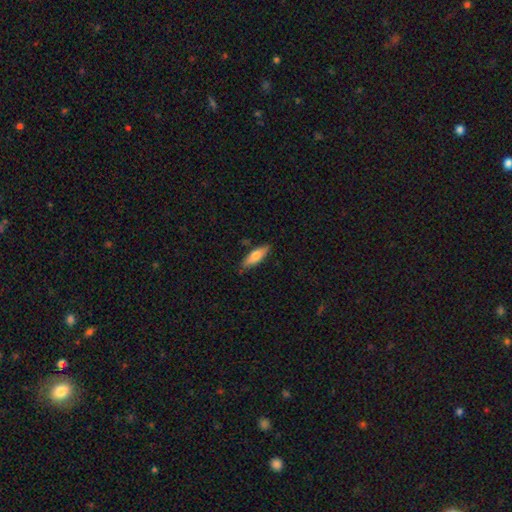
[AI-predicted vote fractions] Smooth or featured: smooth — 73% (featured or disk — 21%)
How rounded: in between — 51% (cigar-shaped — 47%)
Merging: none — 80% (minor disturbance — 15%)